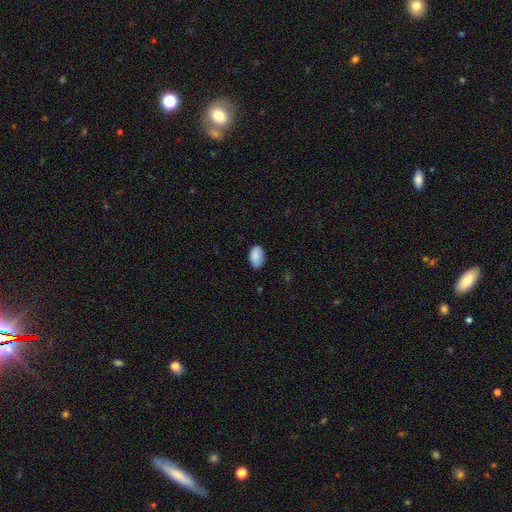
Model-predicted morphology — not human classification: A smooth galaxy with no disk features (86%) that is in between round and cigar-shaped (91%).

Vote fractions:
- Smooth or featured? smooth: 86% / featured or disk: 7% / star or artifact: 7%
- How rounded? in between: 91% / round: 8% / cigar-shaped: 1%
- Merging? none: 77% / minor disturbance: 19% / major disturbance: 3% / merger: 1%